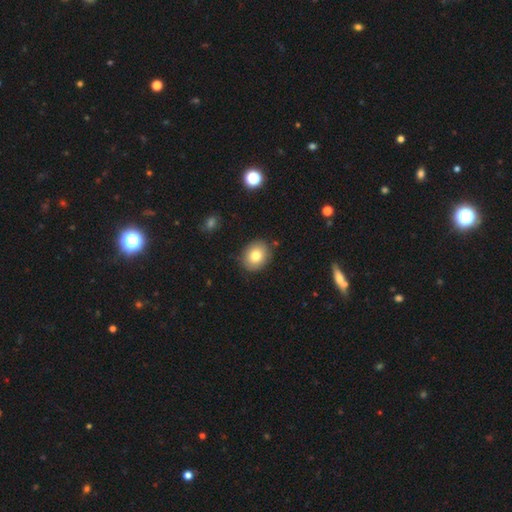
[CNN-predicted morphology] This appears to be a smooth galaxy with no disk features (78%) that is round (56%). Merging: none (85%).